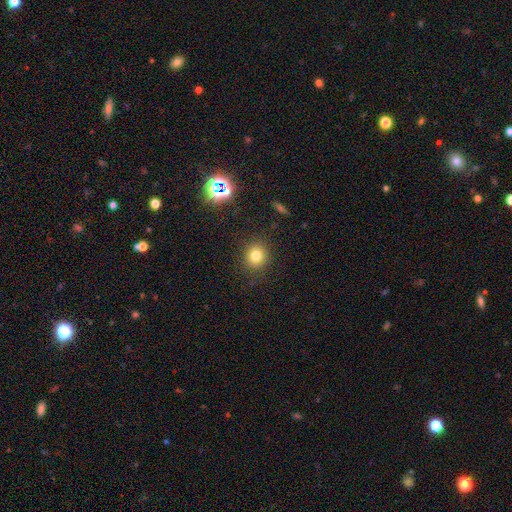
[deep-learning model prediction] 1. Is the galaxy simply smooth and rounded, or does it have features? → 78% smooth, 14% star or artifact, 7% featured or disk.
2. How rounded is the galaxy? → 83% round, 16% in between, 1% cigar-shaped.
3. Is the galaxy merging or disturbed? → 88% none, 7% minor disturbance, 3% major disturbance, 1% merger.